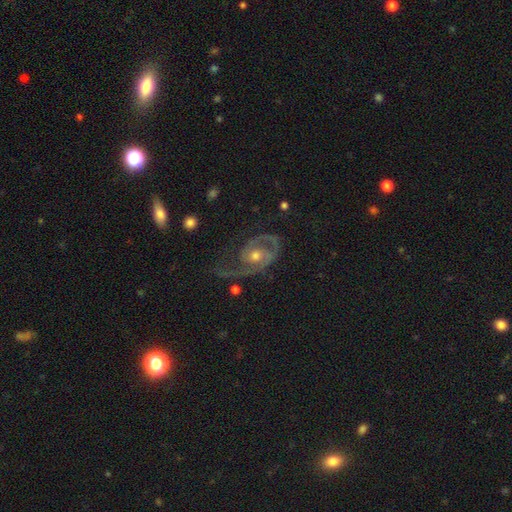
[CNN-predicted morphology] Smooth or featured?
  - featured or disk: 89% *
  - smooth: 6%
  - star or artifact: 5%
Edge-on disk?
  - no: 97% *
  - yes: 3%
Bar?
  - no: 67% *
  - weak: 26%
  - strong: 8%
Spiral arms?
  - yes: 96% *
  - no: 4%
Spiral winding?
  - medium: 48% *
  - tight: 34%
  - loose: 18%
Spiral arm count?
  - 2: 76% *
  - 1: 12%
  - can't tell: 5%
  - 3: 4%
  - 4: 2%
  - more than 4: 2%
Bulge size?
  - moderate: 65% *
  - small: 28%
  - large: 4%
  - none: 1%
  - dominant: 1%
Merging?
  - none: 54% *
  - major disturbance: 23%
  - minor disturbance: 21%
  - merger: 2%